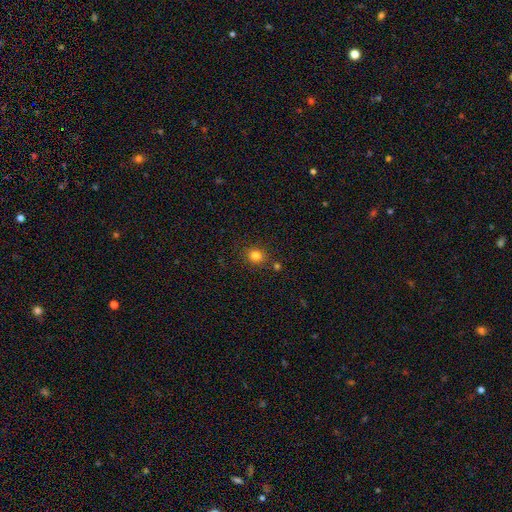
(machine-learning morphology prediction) Q: Smooth or featured?
A: smooth (81%); runner-up: star or artifact (13%)
Q: How rounded?
A: round (72%); runner-up: in between (27%)
Q: Merging?
A: none (81%); runner-up: minor disturbance (10%)